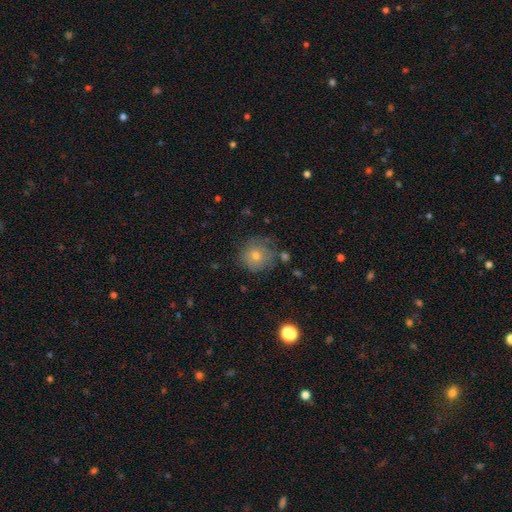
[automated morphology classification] smooth_or_featured: smooth (p=0.61) [alt: featured or disk p=0.23]
how_rounded: round (p=0.92) [alt: in between p=0.07]
merging: none (p=0.75) [alt: minor disturbance p=0.16]